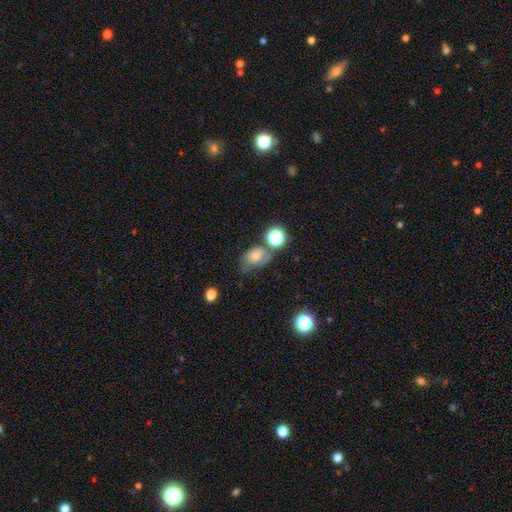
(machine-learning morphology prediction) smooth 63%, featured or disk 23%, star or artifact 14%. Down the decision tree: how rounded — in between (66%); merging — none (39%).